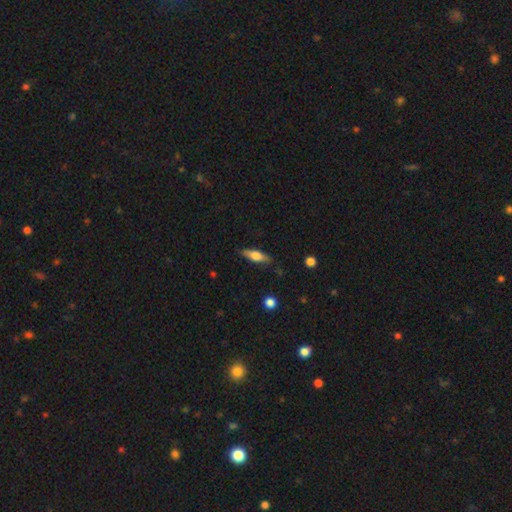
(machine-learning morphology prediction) Q: Smooth or featured?
A: smooth (49%); runner-up: featured or disk (44%)
Q: Merging?
A: none (84%); runner-up: minor disturbance (12%)